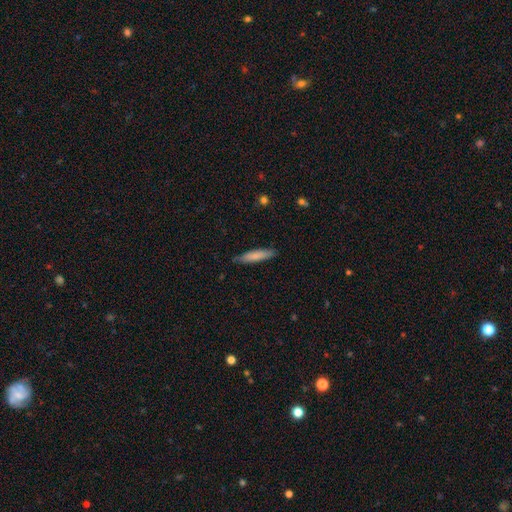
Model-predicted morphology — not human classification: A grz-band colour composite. It shows a smooth galaxy with no disk features (79%) that is cigar-shaped (83%). Merging: none (84%).